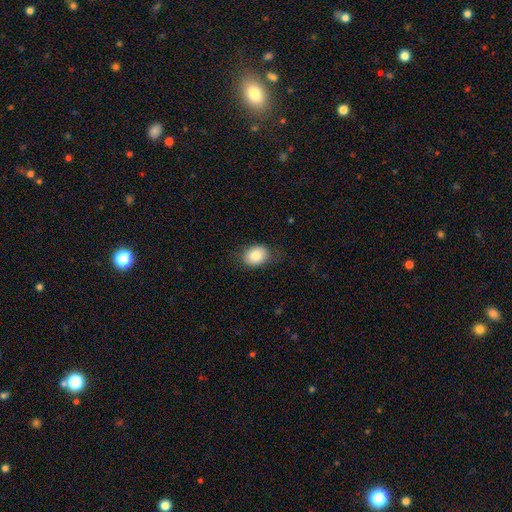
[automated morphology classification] This is clearly a smooth galaxy (81%). How rounded: likely in between (65%). Merging: likely none (75%).